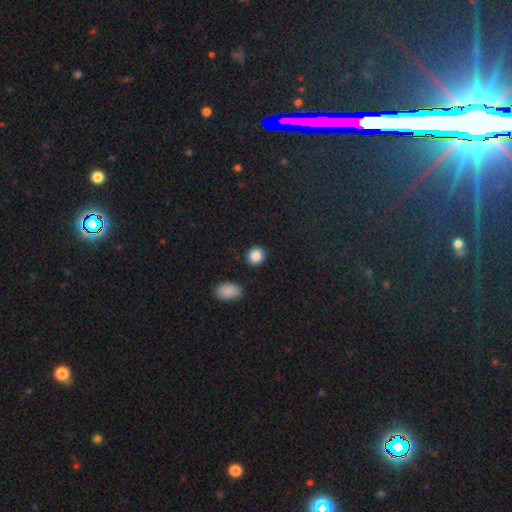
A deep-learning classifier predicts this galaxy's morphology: Smooth or featured: smooth — 88% (star or artifact — 9%)
How rounded: round — 81% (in between — 18%)
Merging: none — 89% (minor disturbance — 7%)